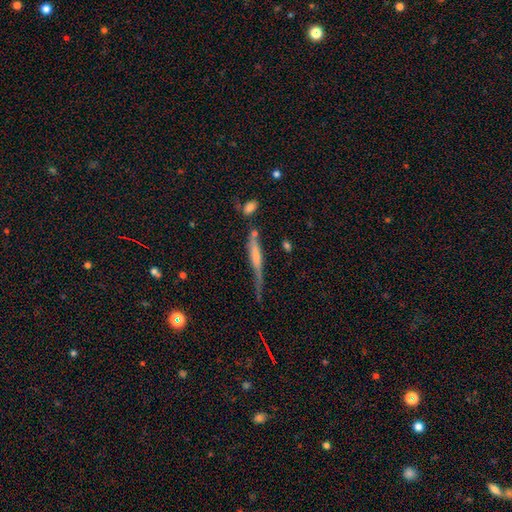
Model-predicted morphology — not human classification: Overall: featured or disk (49%; smooth 43%). Merging: none (38%; minor disturbance 28%).